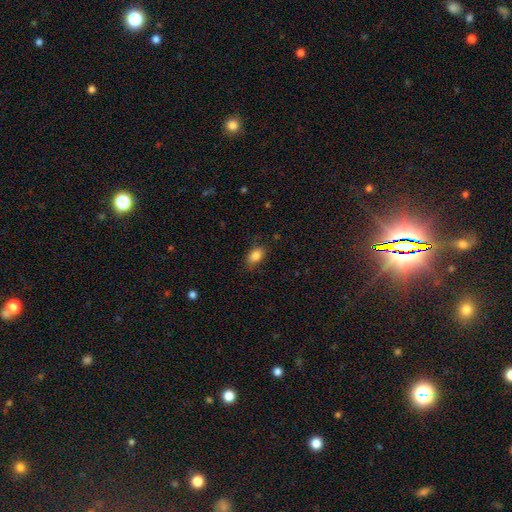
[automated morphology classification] A smooth galaxy with no disk features (84%) that is in between round and cigar-shaped (87%).

Vote fractions:
- Smooth or featured? smooth: 84% / star or artifact: 9% / featured or disk: 7%
- How rounded? in between: 87% / round: 9% / cigar-shaped: 3%
- Merging? none: 80% / minor disturbance: 16% / major disturbance: 4% / merger: 1%